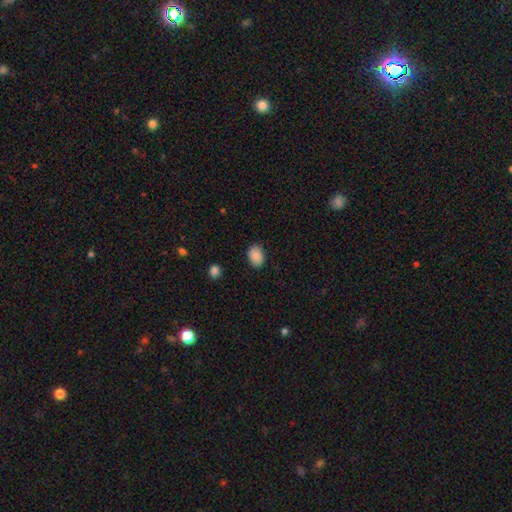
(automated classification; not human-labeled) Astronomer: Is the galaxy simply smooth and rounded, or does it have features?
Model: smooth — 89%.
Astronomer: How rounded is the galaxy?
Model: in between — 76%.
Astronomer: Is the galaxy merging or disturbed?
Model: none — 84%.